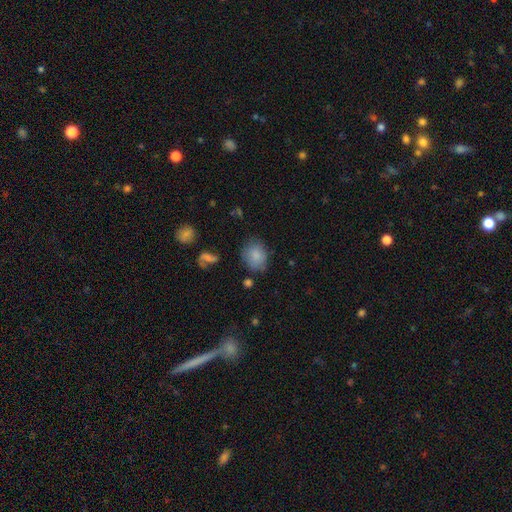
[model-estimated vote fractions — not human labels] Morphology: type=smooth (83%); roundness=round (52%); merging=none (68%).